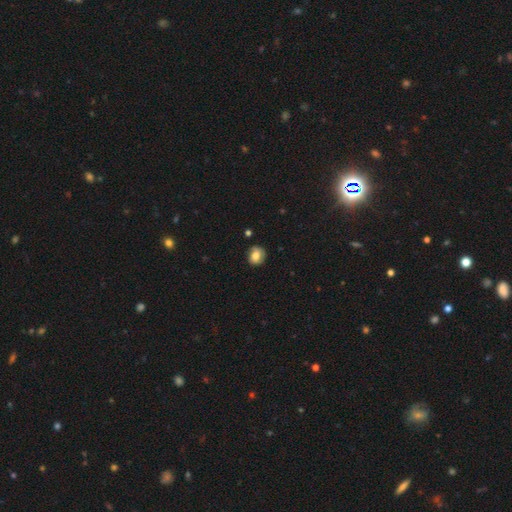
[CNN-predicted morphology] A smooth galaxy with no disk features (77%) that is round (76%).

Vote fractions:
- Smooth or featured? smooth: 77% / featured or disk: 14% / star or artifact: 9%
- How rounded? round: 76% / in between: 23% / cigar-shaped: 1%
- Merging? none: 78% / minor disturbance: 17% / major disturbance: 3% / merger: 2%